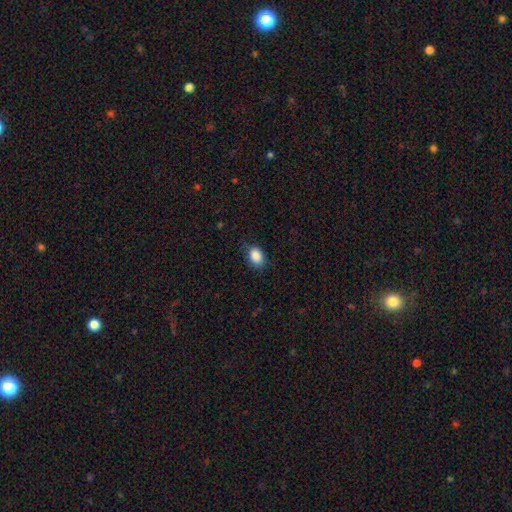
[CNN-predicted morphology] Smooth or featured: smooth — 88% (star or artifact — 8%)
How rounded: in between — 77% (round — 22%)
Merging: none — 78% (minor disturbance — 17%)